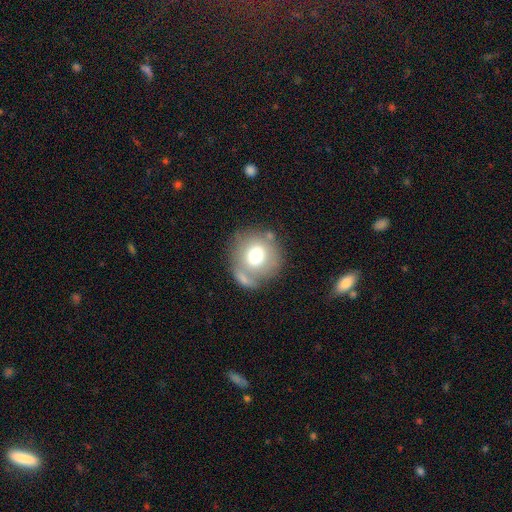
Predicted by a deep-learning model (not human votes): Smooth or featured? Predicted: smooth (p=0.69). How rounded? Predicted: round (p=0.88). Merging? Predicted: none (p=0.58).